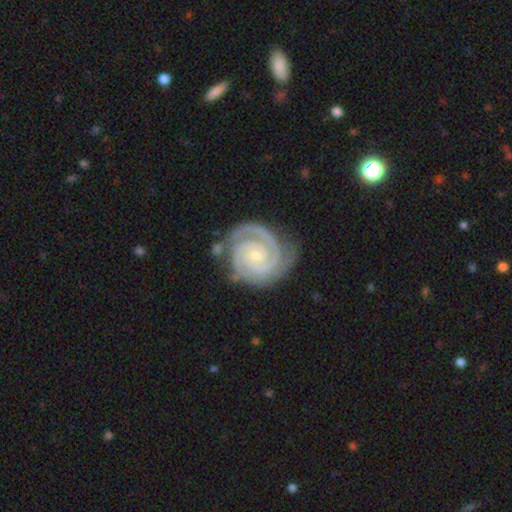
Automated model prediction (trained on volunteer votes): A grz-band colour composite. It shows a featured or disk galaxy (93%) with no bar (64%), 2 (74%) tight (84%) spiral arms (99%) and a small central bulge (78%). Merging: none (76%).